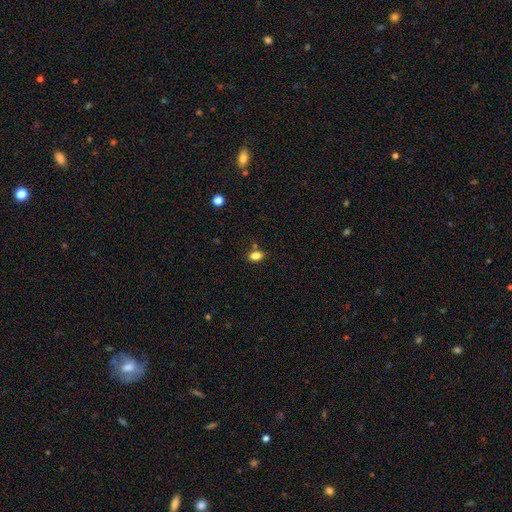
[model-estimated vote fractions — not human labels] The model was most divided on "how rounded": in between: 81%, round: 17%, cigar-shaped: 2%. More confident: smooth or featured — smooth (83%); merging — none (77%).